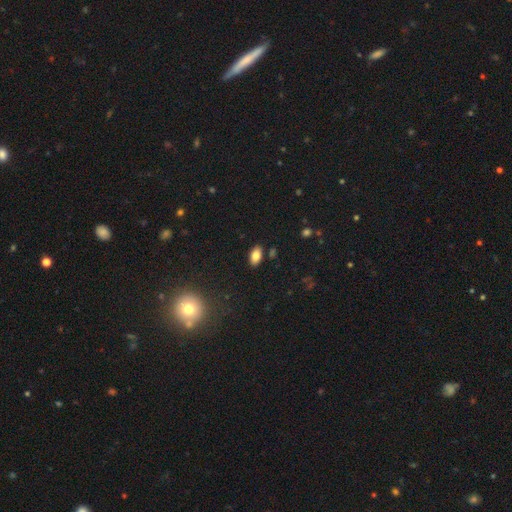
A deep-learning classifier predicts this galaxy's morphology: Smooth or featured? Predicted: smooth (p=0.84). How rounded? Predicted: in between (p=0.93). Merging? Predicted: none (p=0.86).